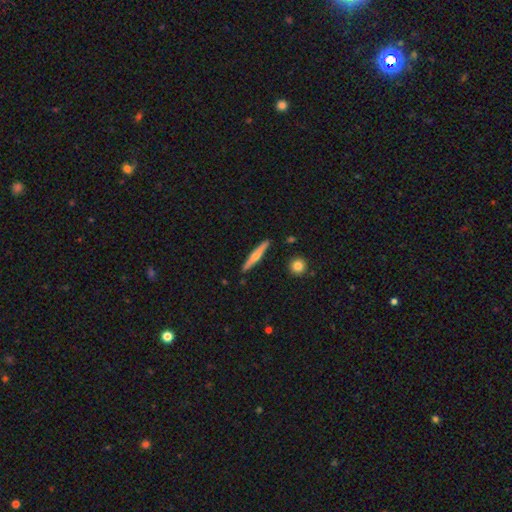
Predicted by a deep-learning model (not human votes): smooth-or-featured: featured or disk: 59% | smooth: 35% | star or artifact: 6%
  disk-edge-on: yes: 97% | no: 3%
    edge-on-bulge: rounded: 85% | none: 10% | boxy: 5%
  merging: none: 90% | minor disturbance: 7% | merger: 2% | major disturbance: 1%